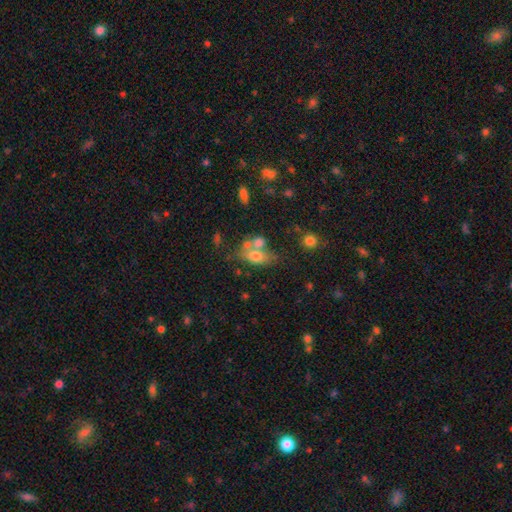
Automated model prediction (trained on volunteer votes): Smooth or featured: smooth — 65% (featured or disk — 23%)
How rounded: in between — 76% (round — 18%)
Merging: merger — 43% (none — 35%)